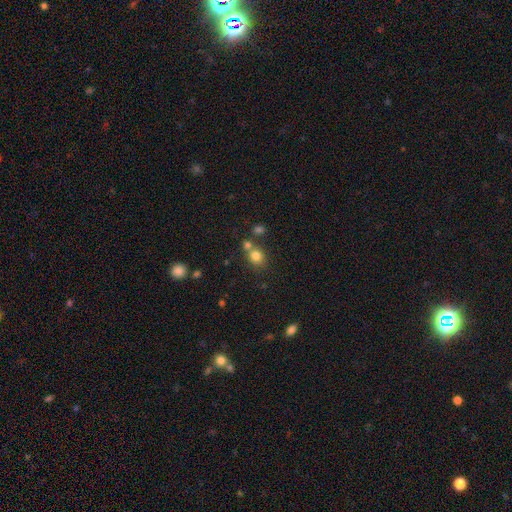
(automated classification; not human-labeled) A smooth galaxy with no disk features (79%) that is round (76%).

Vote fractions:
- Smooth or featured? smooth: 79% / star or artifact: 14% / featured or disk: 8%
- How rounded? round: 76% / in between: 23% / cigar-shaped: 1%
- Merging? none: 56% / merger: 31% / minor disturbance: 9% / major disturbance: 4%